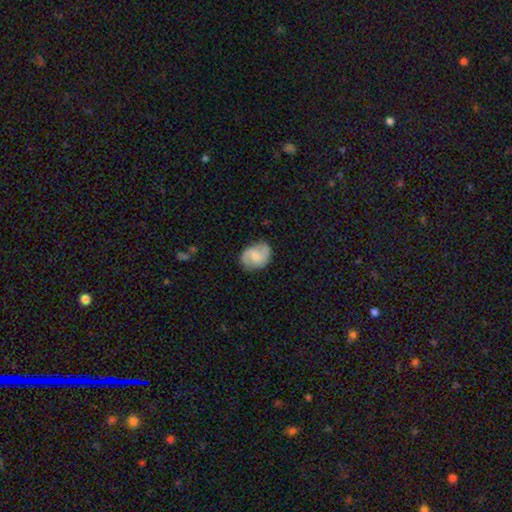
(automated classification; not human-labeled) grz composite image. It shows a featured or disk galaxy (61%) with a weak bar (46%), 2 (86%) medium (49%) spiral arms (92%) and a small central bulge (37%). Merging: none (75%).